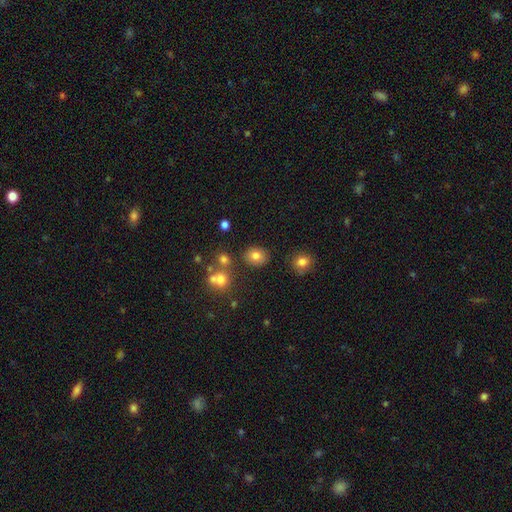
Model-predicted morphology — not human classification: smooth_or_featured: smooth (p=0.79) [alt: star or artifact p=0.13]
how_rounded: round (p=0.63) [alt: in between p=0.36]
merging: none (p=0.83) [alt: minor disturbance p=0.10]